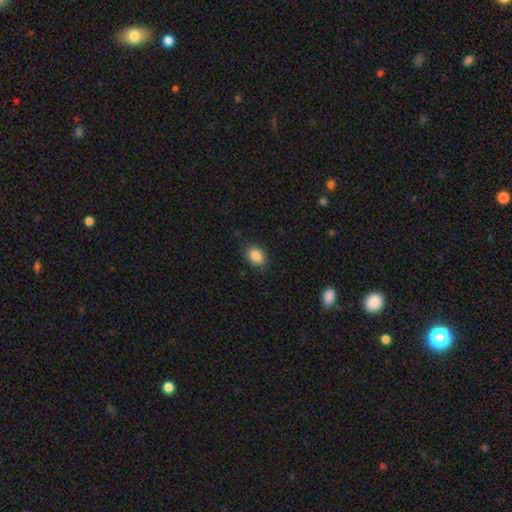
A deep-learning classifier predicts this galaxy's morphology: Smooth or featured? Predicted: smooth (p=0.86). How rounded? Predicted: in between (p=0.70). Merging? Predicted: none (p=0.84).